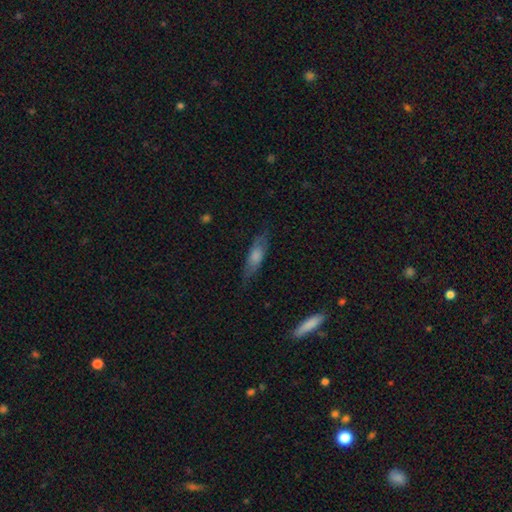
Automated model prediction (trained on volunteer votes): Morphology: type=smooth (57%); roundness=cigar-shaped (58%); merging=none (77%).